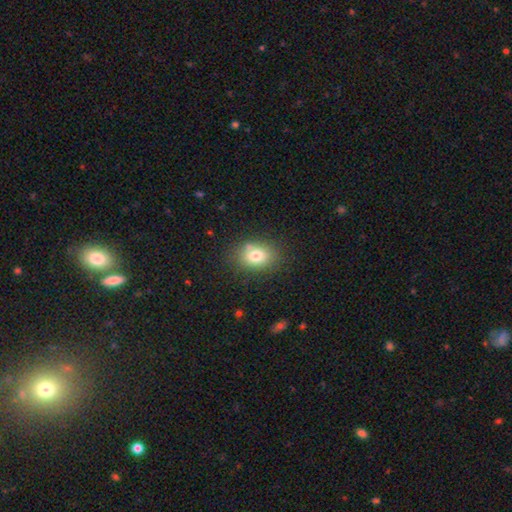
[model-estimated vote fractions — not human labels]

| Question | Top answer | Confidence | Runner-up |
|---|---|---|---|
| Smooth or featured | smooth | 77% | featured or disk (12%) |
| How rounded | in between | 59% | round (40%) |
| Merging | none | 77% | minor disturbance (13%) |